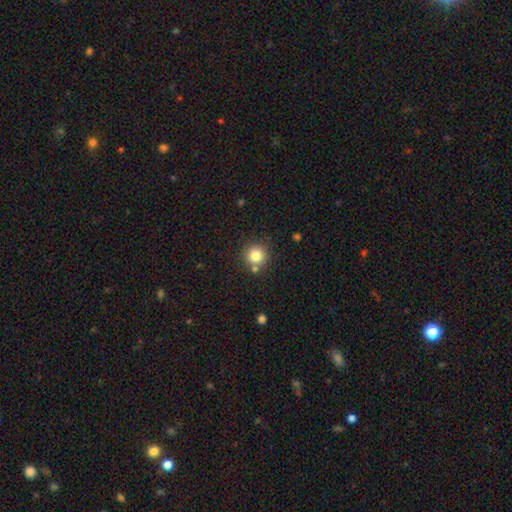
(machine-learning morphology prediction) smooth_or_featured: smooth (p=0.81) [alt: star or artifact p=0.12]
how_rounded: round (p=0.94) [alt: in between p=0.05]
merging: none (p=0.79) [alt: merger p=0.10]